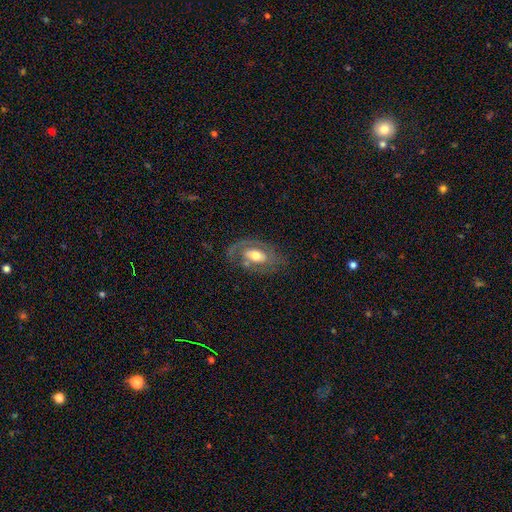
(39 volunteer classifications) Q: Smooth or featured?
A: featured or disk (67%); runner-up: smooth (23%)
Q: Edge-on disk?
A: no (96%); runner-up: yes (4%)
Q: Bar?
A: no (64%); runner-up: weak (24%)
Q: Spiral arms?
A: yes (68%); runner-up: no (32%)
Q: Spiral winding?
A: tight (53%); runner-up: medium (41%)
Q: Spiral arm count?
A: 2 (59%); runner-up: 1 (29%)
Q: Bulge size?
A: moderate (68%); runner-up: large (28%)
Q: Merging?
A: none (57%); runner-up: major disturbance (26%)